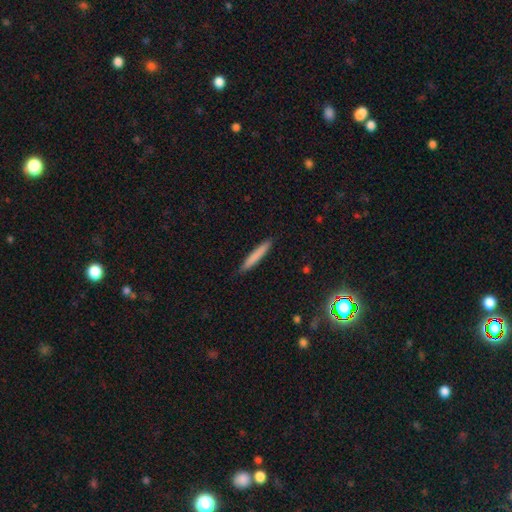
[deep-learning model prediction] Smooth or featured? smooth (77%)
How rounded? cigar-shaped (95%)
Merging? none (89%)